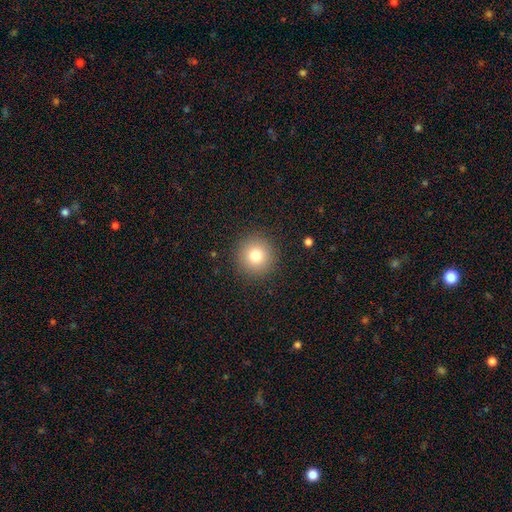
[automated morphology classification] Q: Smooth or featured?
A: smooth (79%); runner-up: star or artifact (12%)
Q: How rounded?
A: round (95%); runner-up: in between (4%)
Q: Merging?
A: none (91%); runner-up: minor disturbance (6%)